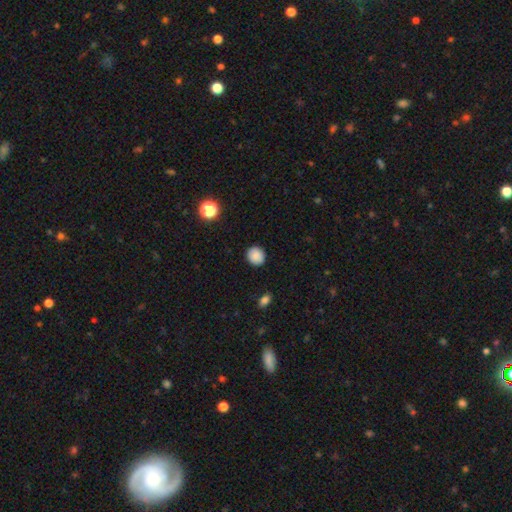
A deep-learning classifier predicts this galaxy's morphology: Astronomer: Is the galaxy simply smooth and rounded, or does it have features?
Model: smooth — 88%.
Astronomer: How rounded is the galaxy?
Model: round — 83%.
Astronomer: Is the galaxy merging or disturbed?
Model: none — 90%.